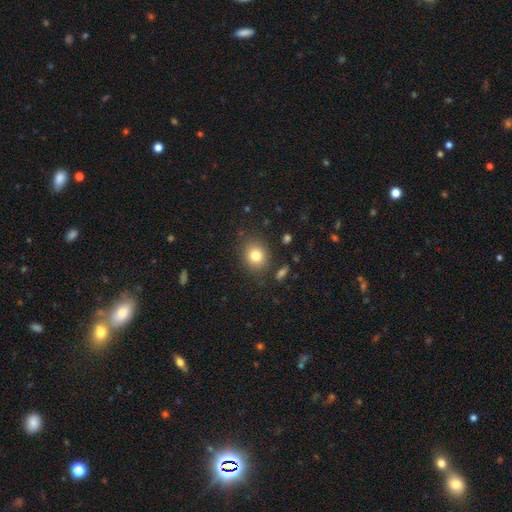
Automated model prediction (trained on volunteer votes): Morphology: type=smooth (80%); roundness=round (66%); merging=none (84%).